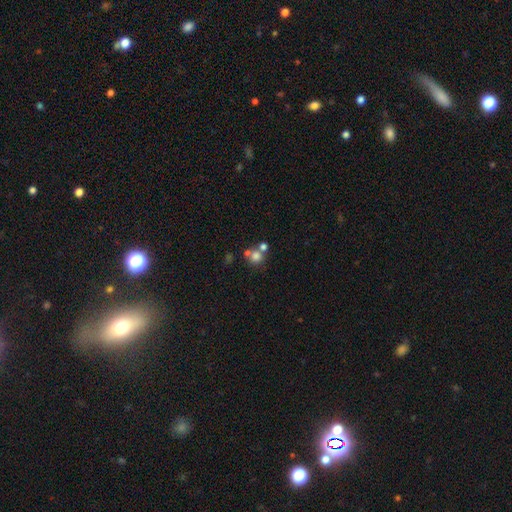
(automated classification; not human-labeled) This is likely a smooth galaxy (73%). How rounded: clearly round (87%). Merging: possibly none (48%).